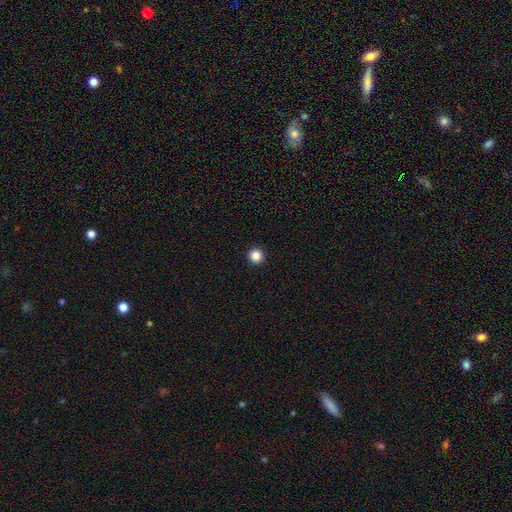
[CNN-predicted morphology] A smooth galaxy with no disk features (86%) that is round (95%). Merging: none (94%).